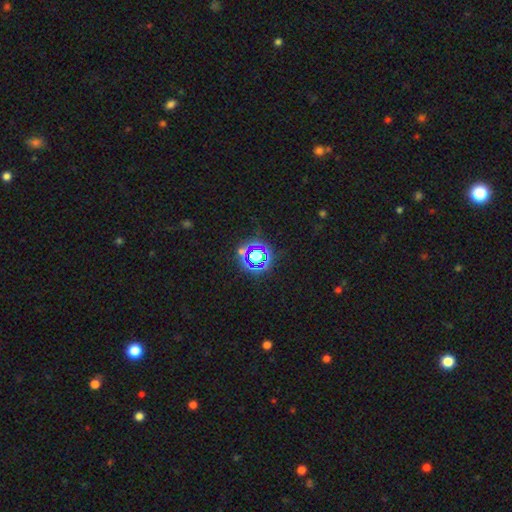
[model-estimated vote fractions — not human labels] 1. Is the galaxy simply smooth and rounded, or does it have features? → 65% star or artifact, 23% smooth, 12% featured or disk.